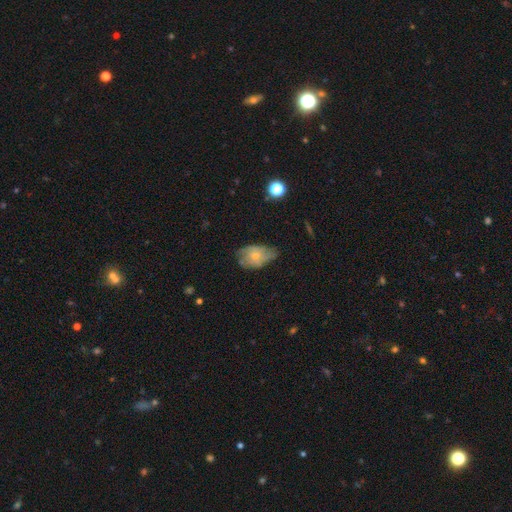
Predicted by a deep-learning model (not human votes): Smooth or featured: smooth — 54% (featured or disk — 37%)
How rounded: in between — 86% (round — 12%)
Merging: none — 46% (minor disturbance — 38%)